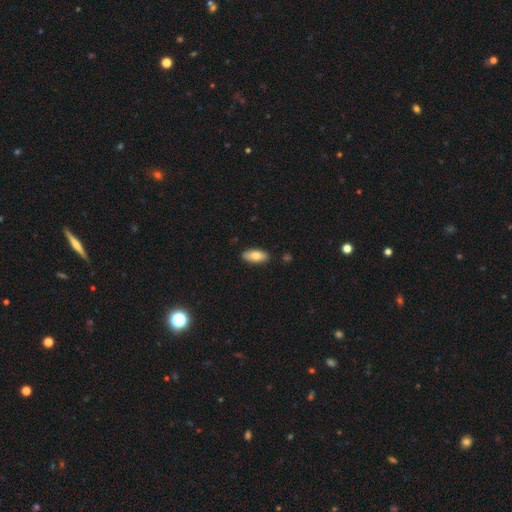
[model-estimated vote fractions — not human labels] Overall: smooth (79%). How rounded: in between (85%). Merging: none (87%).